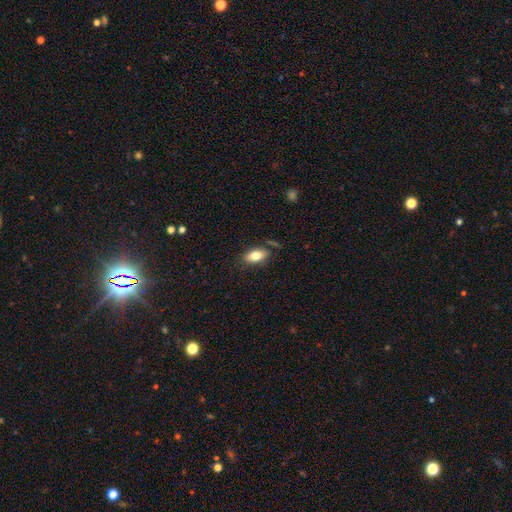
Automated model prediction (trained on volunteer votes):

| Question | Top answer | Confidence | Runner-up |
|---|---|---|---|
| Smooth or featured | smooth | 75% | featured or disk (17%) |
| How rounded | in between | 87% | cigar-shaped (9%) |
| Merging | none | 77% | minor disturbance (15%) |